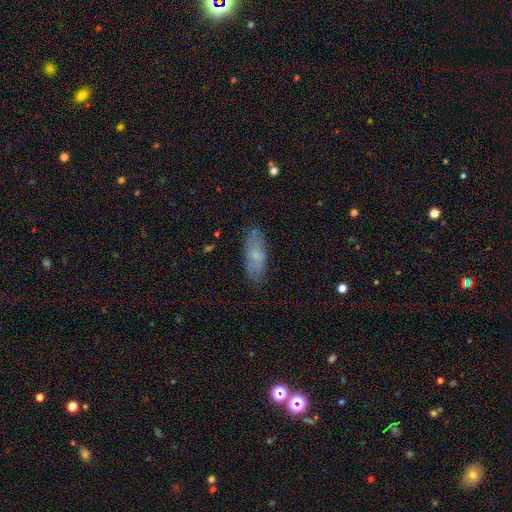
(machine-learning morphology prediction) This appears to be a smooth galaxy with no disk features (65%) that is in between round and cigar-shaped (67%). Merging: none (77%).